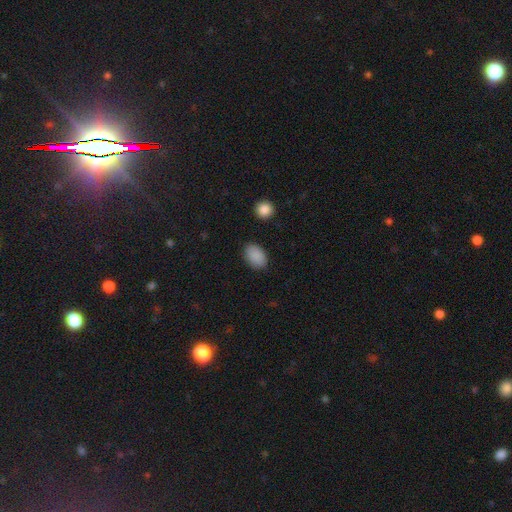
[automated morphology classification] A smooth galaxy with no disk features (89%) that is in between round and cigar-shaped (87%).

Vote fractions:
- Smooth or featured? smooth: 89% / star or artifact: 7% / featured or disk: 3%
- How rounded? in between: 87% / round: 12% / cigar-shaped: 1%
- Merging? none: 87% / minor disturbance: 9% / major disturbance: 3% / merger: 1%